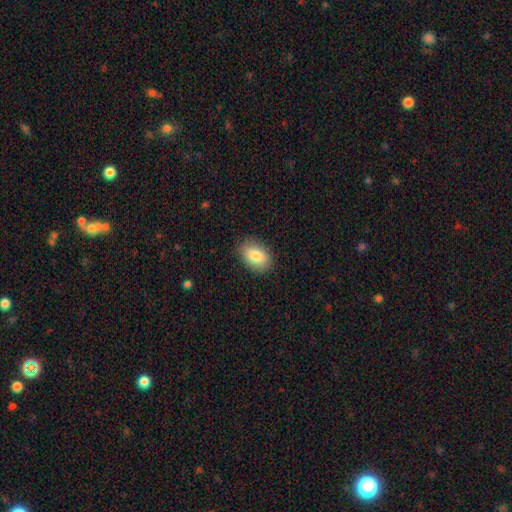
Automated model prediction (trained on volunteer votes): Overall: smooth (83%). How rounded: in between (87%). Merging: none (86%).